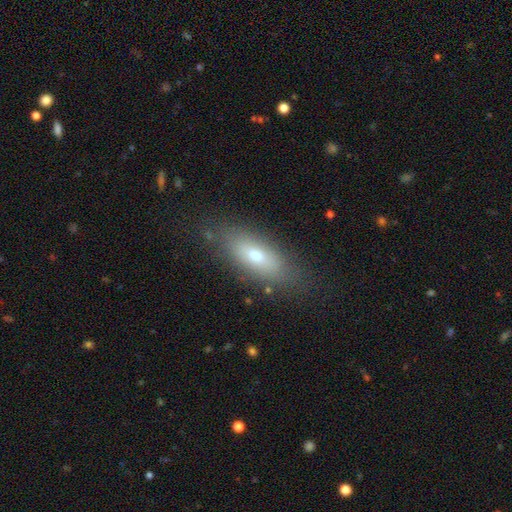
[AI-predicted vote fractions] Smooth or featured?
  - smooth: 67% *
  - featured or disk: 23%
  - star or artifact: 10%
How rounded?
  - in between: 76% *
  - cigar-shaped: 20%
  - round: 4%
Merging?
  - none: 79% *
  - minor disturbance: 14%
  - major disturbance: 5%
  - merger: 2%